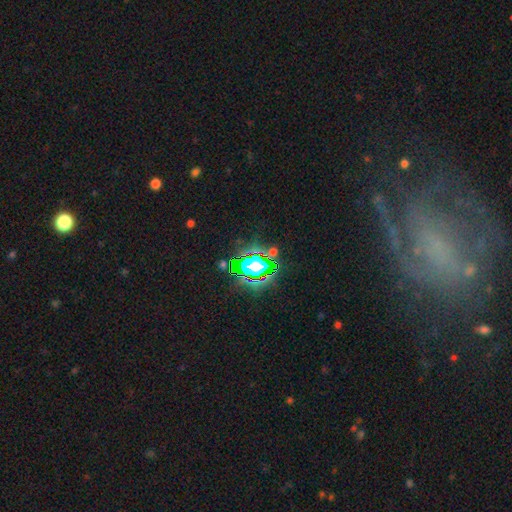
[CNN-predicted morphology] Smooth or featured? Predicted: star or artifact (p=0.79).